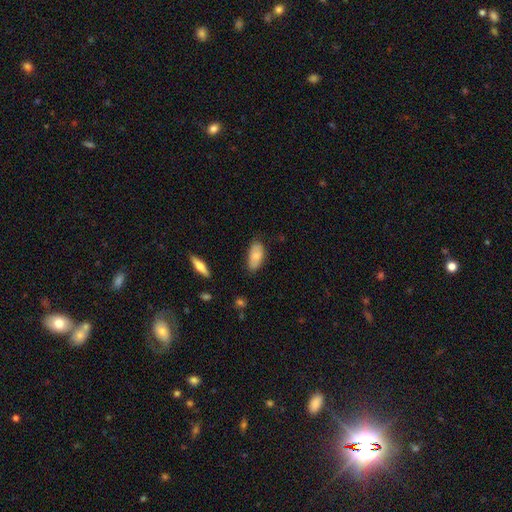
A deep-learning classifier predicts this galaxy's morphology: Smooth or featured: smooth — 80% (featured or disk — 14%)
How rounded: in between — 90% (cigar-shaped — 8%)
Merging: none — 75% (minor disturbance — 20%)